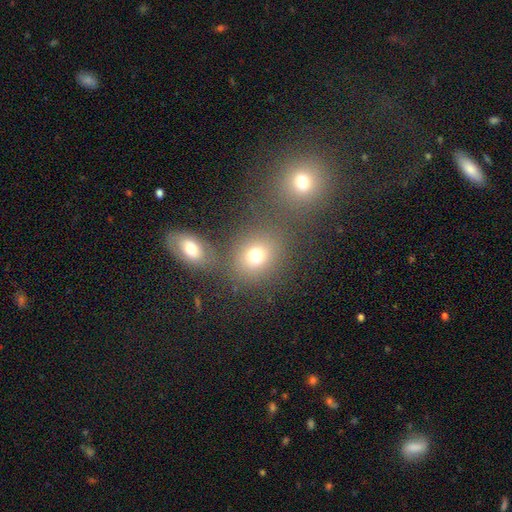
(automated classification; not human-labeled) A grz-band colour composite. It shows a smooth galaxy with no disk features (75%) that is round (70%). Merging: none (65%).